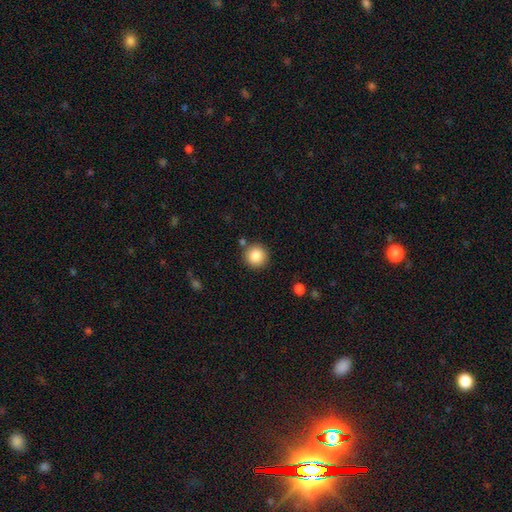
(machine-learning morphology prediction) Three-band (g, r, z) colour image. It shows a smooth galaxy with no disk features (86%) that is round (95%). Merging: none (86%).